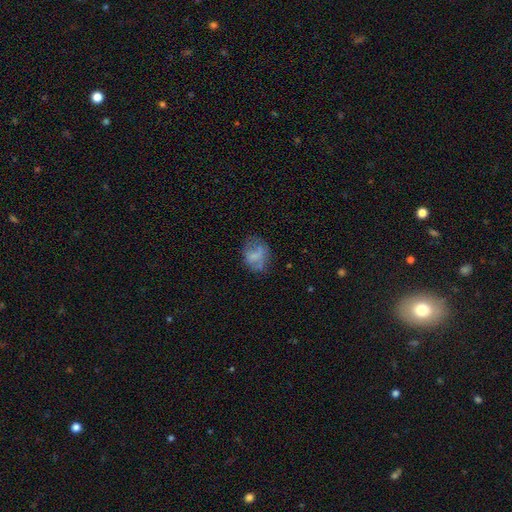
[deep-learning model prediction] The model was most divided on "how rounded": in between: 62%, round: 36%, cigar-shaped: 1%. More confident: smooth or featured — smooth (61%); merging — none (55%).